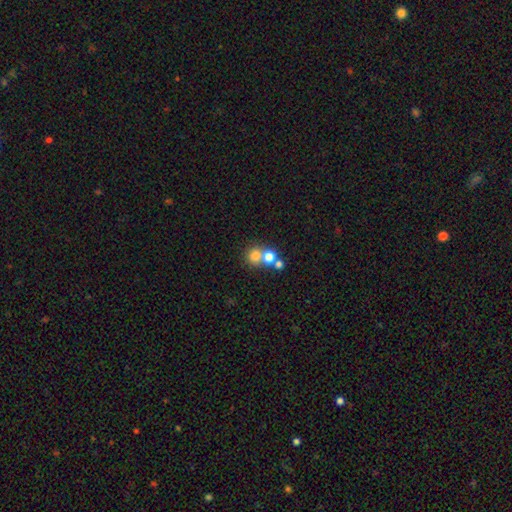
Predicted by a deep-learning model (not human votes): This appears to be a smooth galaxy with no disk features (73%) that is round (86%). Merging: merger (47%).